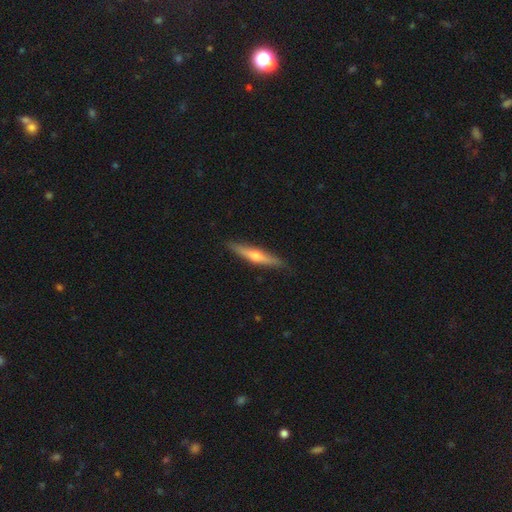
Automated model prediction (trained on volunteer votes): featured or disk 60%, smooth 35%, star or artifact 6%. Down the decision tree: edge-on disk — yes (96%); edge-on bulge — rounded (88%); merging — none (89%).